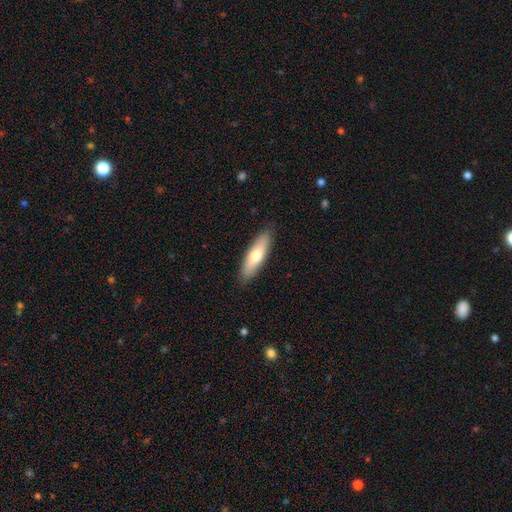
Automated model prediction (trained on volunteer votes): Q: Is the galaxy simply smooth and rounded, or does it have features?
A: smooth — 68%.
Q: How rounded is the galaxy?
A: cigar-shaped — 59%.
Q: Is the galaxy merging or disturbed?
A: none — 88%.